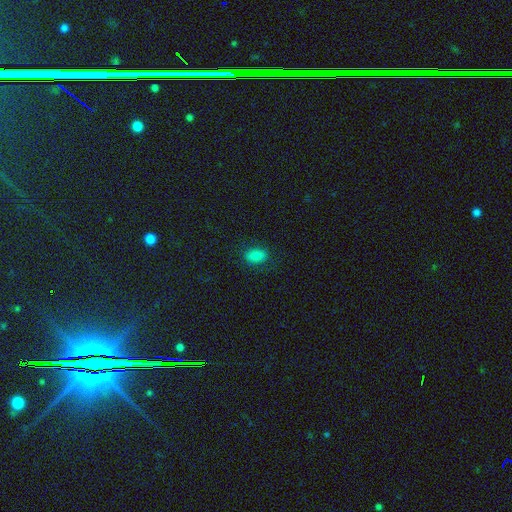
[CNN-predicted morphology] Smooth or featured?
  - smooth: 82% *
  - star or artifact: 12%
  - featured or disk: 6%
How rounded?
  - in between: 87% *
  - round: 12%
  - cigar-shaped: 2%
Merging?
  - none: 84% *
  - minor disturbance: 11%
  - major disturbance: 3%
  - merger: 1%